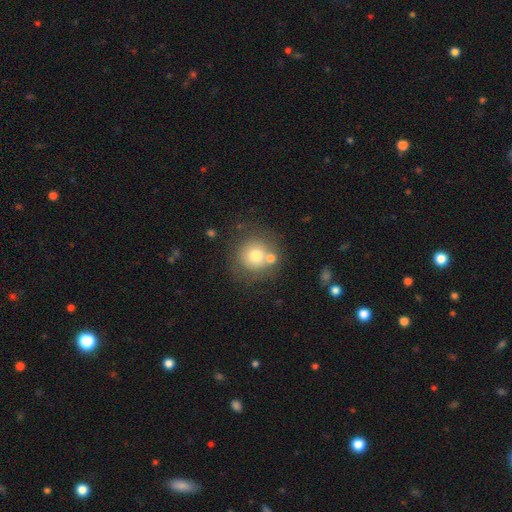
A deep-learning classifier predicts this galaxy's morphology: This is likely a smooth galaxy (72%). How rounded: clearly round (91%). Merging: likely none (65%).